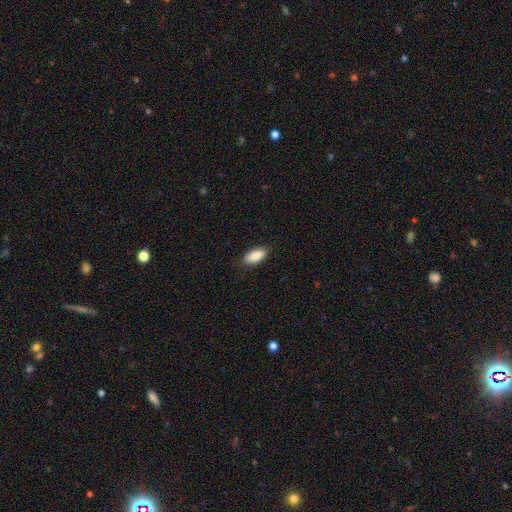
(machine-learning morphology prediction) Smooth or featured? smooth (89%)
How rounded? in between (91%)
Merging? none (85%)